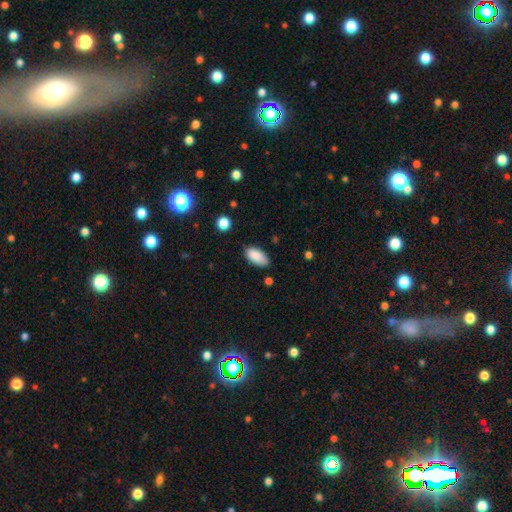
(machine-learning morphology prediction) A smooth galaxy with no disk features (88%) that is in between round and cigar-shaped (93%).

Vote fractions:
- Smooth or featured? smooth: 88% / star or artifact: 7% / featured or disk: 5%
- How rounded? in between: 93% / cigar-shaped: 5% / round: 2%
- Merging? none: 78% / minor disturbance: 17% / major disturbance: 3% / merger: 2%